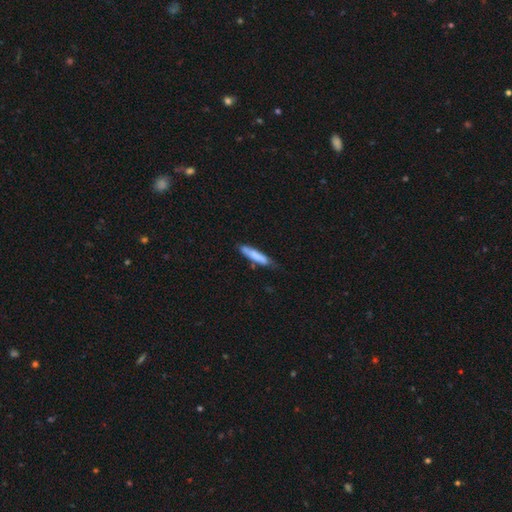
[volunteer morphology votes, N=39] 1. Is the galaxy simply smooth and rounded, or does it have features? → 72% smooth, 23% featured or disk, 5% star or artifact.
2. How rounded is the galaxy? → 75% cigar-shaped, 25% in between, 0% round.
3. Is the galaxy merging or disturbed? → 54% none, 27% minor disturbance, 14% major disturbance, 5% merger.